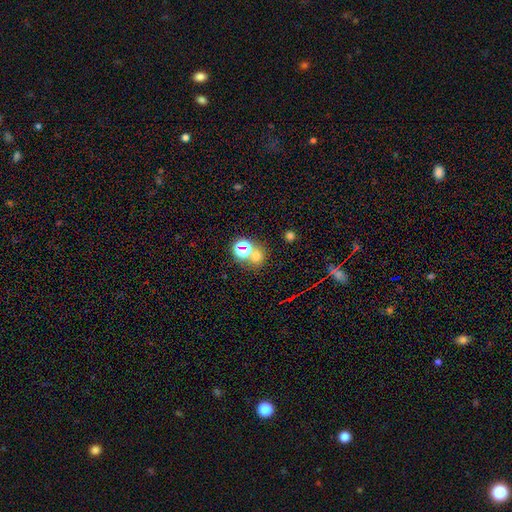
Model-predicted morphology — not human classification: Smooth or featured?
  - smooth: 55% *
  - star or artifact: 35%
  - featured or disk: 10%
How rounded?
  - round: 80% *
  - in between: 19%
  - cigar-shaped: 1%
Merging?
  - none: 60% *
  - merger: 28%
  - minor disturbance: 7%
  - major disturbance: 4%